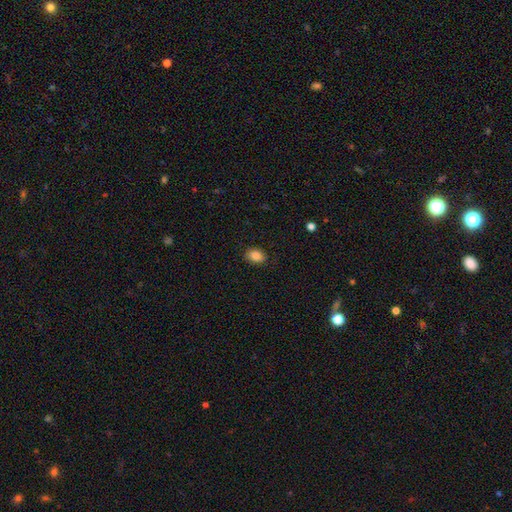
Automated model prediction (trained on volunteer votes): Q: Smooth or featured?
A: smooth (87%); runner-up: star or artifact (9%)
Q: How rounded?
A: in between (74%); runner-up: round (25%)
Q: Merging?
A: none (85%); runner-up: minor disturbance (11%)